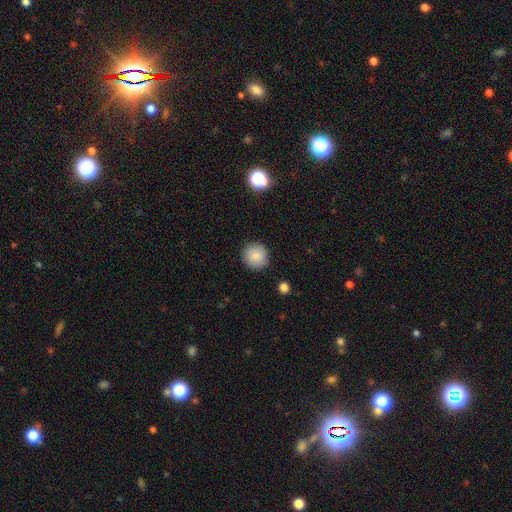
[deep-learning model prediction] Smooth or featured: smooth — 87% (star or artifact — 8%)
How rounded: round — 93% (in between — 6%)
Merging: none — 90% (minor disturbance — 7%)